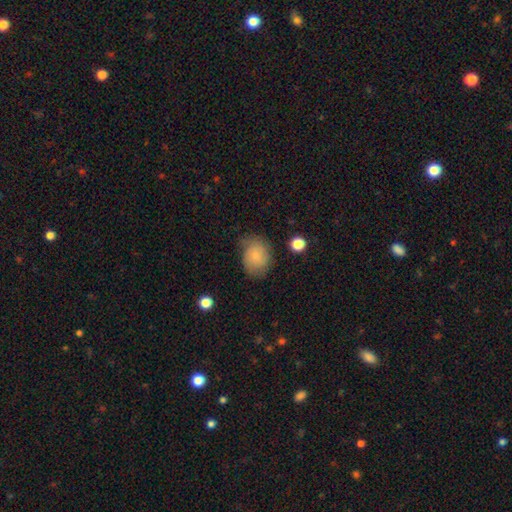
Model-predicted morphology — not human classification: A smooth galaxy with no disk features (74%) that is in between round and cigar-shaped (50%).

Vote fractions:
- Smooth or featured? smooth: 74% / featured or disk: 18% / star or artifact: 8%
- How rounded? in between: 50% / round: 49% / cigar-shaped: 1%
- Merging? none: 62% / minor disturbance: 28% / major disturbance: 8% / merger: 2%